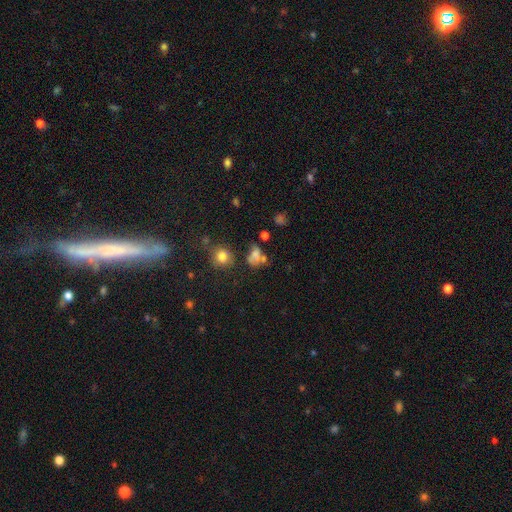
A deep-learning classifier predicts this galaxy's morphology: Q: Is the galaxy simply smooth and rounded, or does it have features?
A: smooth — 61%.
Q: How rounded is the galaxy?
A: in between — 55%.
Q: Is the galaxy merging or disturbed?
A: none — 37%.